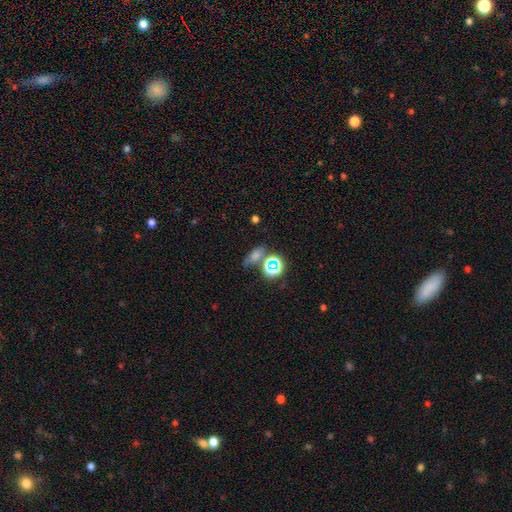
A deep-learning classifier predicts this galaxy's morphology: type=smooth (40%); merging=none (66%).